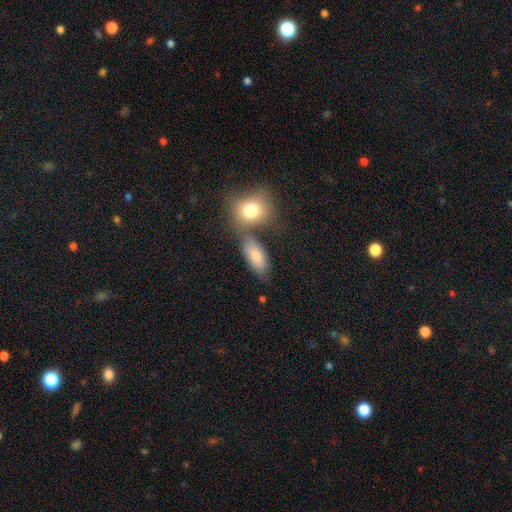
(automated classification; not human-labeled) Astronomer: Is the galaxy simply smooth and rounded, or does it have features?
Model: smooth — 81%.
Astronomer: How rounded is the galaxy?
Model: in between — 82%.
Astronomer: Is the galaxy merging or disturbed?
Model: none — 56%.